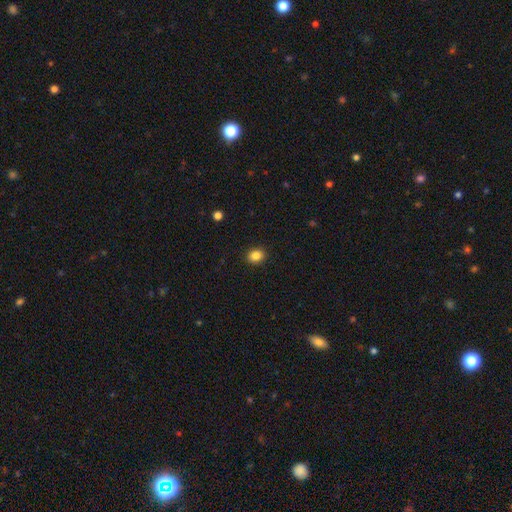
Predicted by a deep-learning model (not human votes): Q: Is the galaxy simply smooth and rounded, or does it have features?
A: smooth — 85%.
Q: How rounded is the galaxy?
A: round — 63%.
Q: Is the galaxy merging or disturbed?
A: none — 91%.